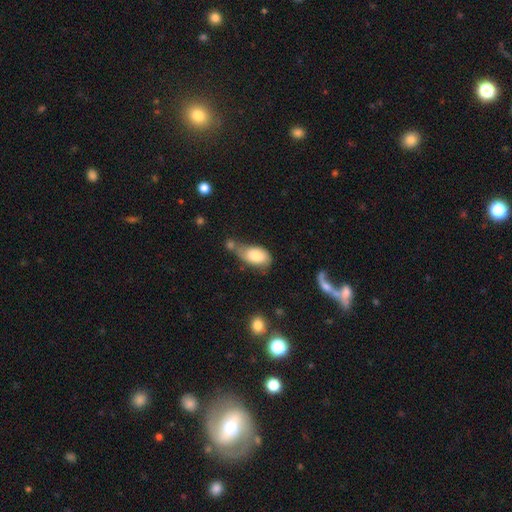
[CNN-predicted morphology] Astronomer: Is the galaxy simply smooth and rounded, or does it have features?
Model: smooth — 78%.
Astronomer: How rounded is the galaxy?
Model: in between — 92%.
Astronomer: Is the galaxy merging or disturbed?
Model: none — 32% (runner-up: merger, 30%).